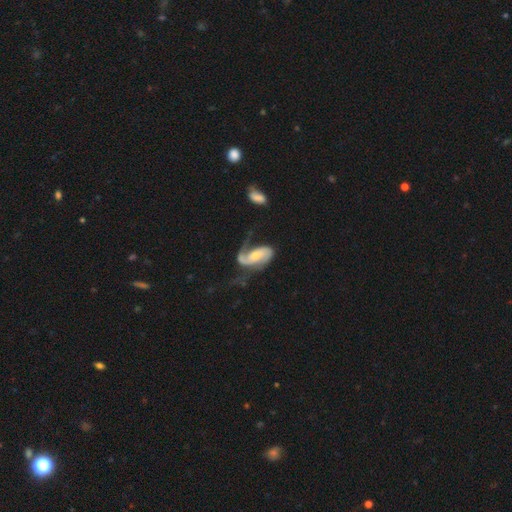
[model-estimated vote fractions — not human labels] A featured or disk galaxy (81%) with no bar (47%), 2 (68%) loose (48%) spiral arms (93%) and a small central bulge (46%). Merging: major disturbance (40%).